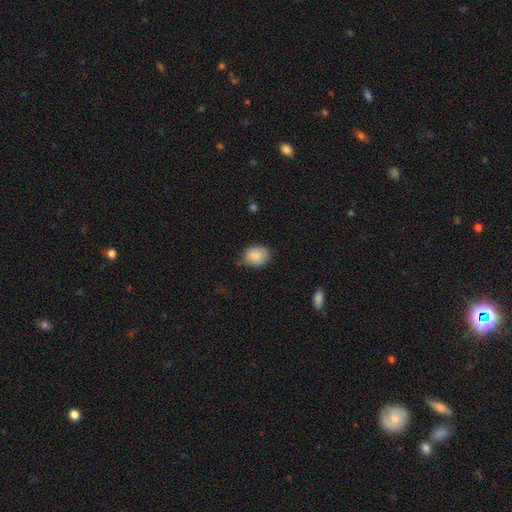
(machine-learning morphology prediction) A smooth galaxy with no disk features (85%) that is round (53%).

Vote fractions:
- Smooth or featured? smooth: 85% / featured or disk: 8% / star or artifact: 8%
- How rounded? round: 53% / in between: 46% / cigar-shaped: 1%
- Merging? none: 71% / minor disturbance: 23% / major disturbance: 4% / merger: 2%